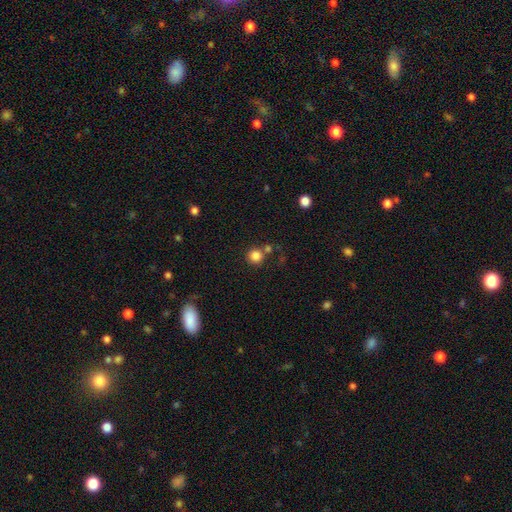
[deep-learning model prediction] smooth-or-featured: smooth: 83% | star or artifact: 11% | featured or disk: 5%
  how-rounded: round: 93% | in between: 6% | cigar-shaped: 1%
  merging: none: 72% | merger: 15% | minor disturbance: 8% | major disturbance: 4%